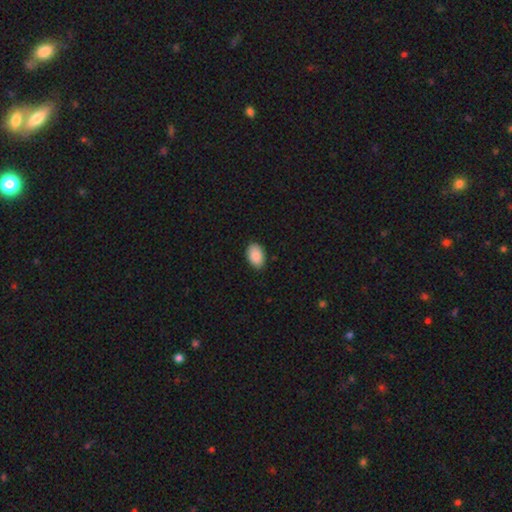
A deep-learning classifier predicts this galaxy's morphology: A smooth galaxy with no disk features (90%) that is in between round and cigar-shaped (90%).

Vote fractions:
- Smooth or featured? smooth: 90% / star or artifact: 7% / featured or disk: 4%
- How rounded? in between: 90% / round: 9% / cigar-shaped: 1%
- Merging? none: 87% / minor disturbance: 10% / major disturbance: 2% / merger: 1%